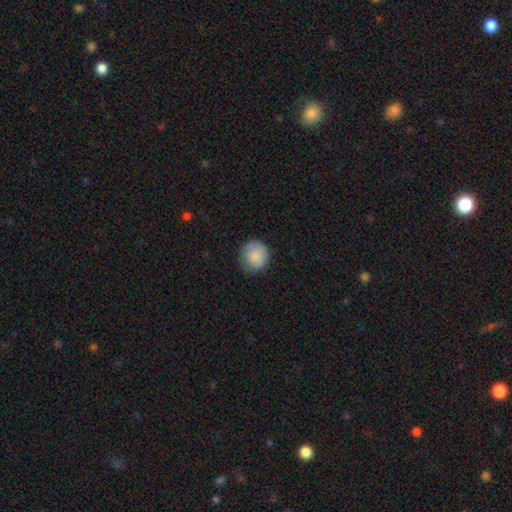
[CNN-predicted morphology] This appears to be a smooth galaxy with no disk features (85%) that is round (89%). Merging: none (78%).